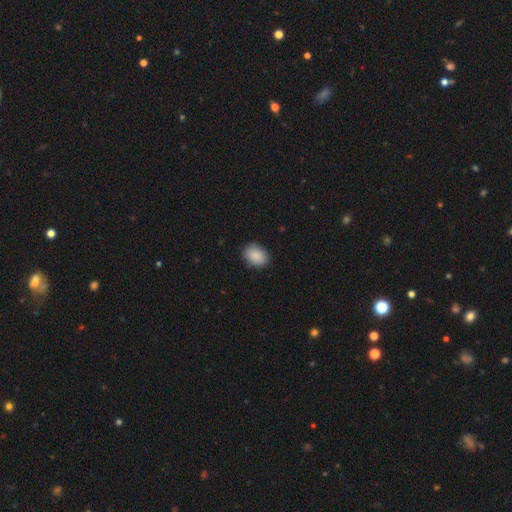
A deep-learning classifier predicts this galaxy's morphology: Overall: smooth (89%). How rounded: in between (74%). Merging: none (87%).